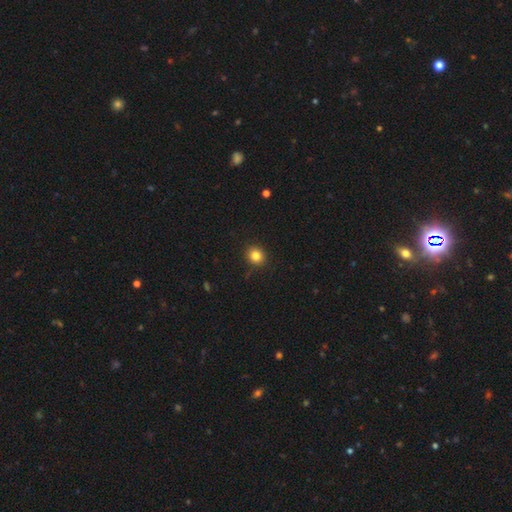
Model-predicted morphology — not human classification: This appears to be a smooth galaxy with no disk features (83%) that is round (82%). Merging: none (90%).